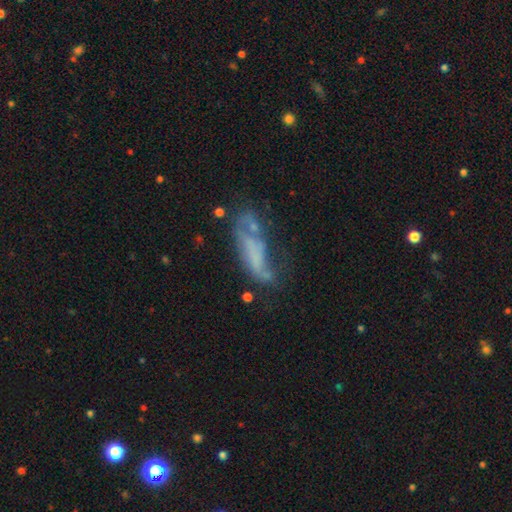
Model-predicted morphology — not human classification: Smooth or featured: featured or disk — 47% (smooth — 40%)
Merging: none — 33% (major disturbance — 29%)